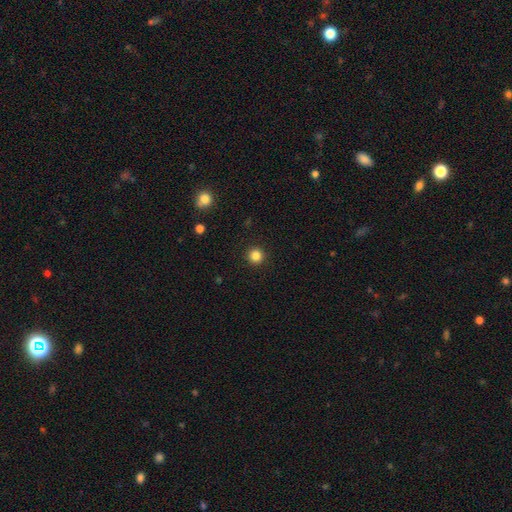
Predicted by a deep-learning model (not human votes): A smooth galaxy with no disk features (84%) that is round (96%).

Vote fractions:
- Smooth or featured? smooth: 84% / star or artifact: 12% / featured or disk: 4%
- How rounded? round: 96% / in between: 3% / cigar-shaped: 1%
- Merging? none: 93% / minor disturbance: 4% / major disturbance: 2% / merger: 1%